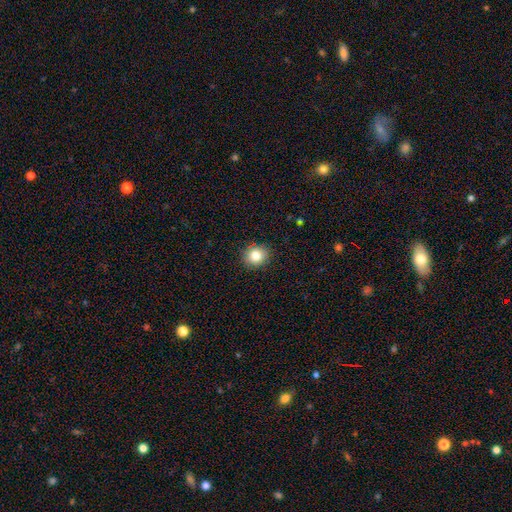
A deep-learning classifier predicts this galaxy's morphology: Smooth or featured? smooth (82%)
How rounded? round (80%)
Merging? none (90%)